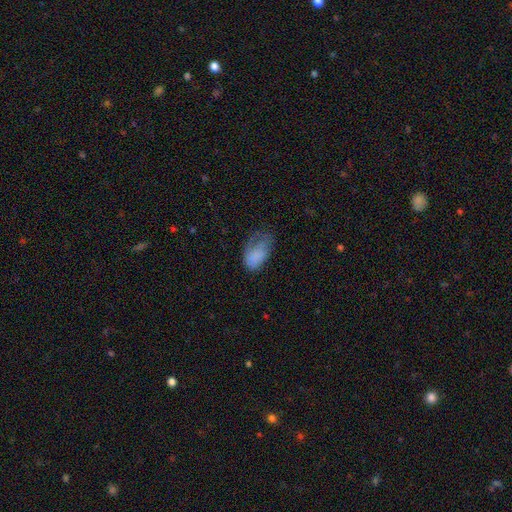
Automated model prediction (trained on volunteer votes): Smooth or featured? Predicted: smooth (p=0.74). How rounded? Predicted: in between (p=0.92). Merging? Predicted: major disturbance (p=0.35, tied with minor disturbance).